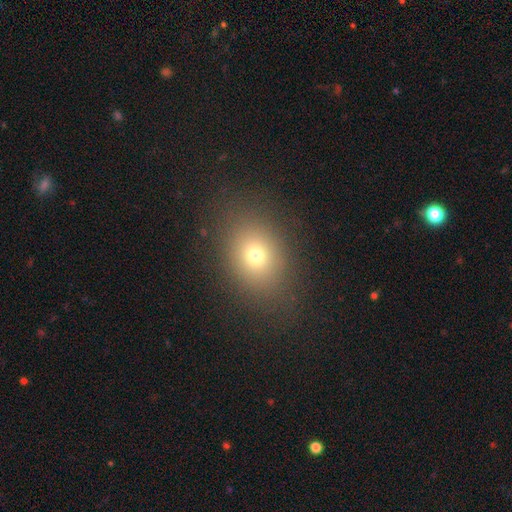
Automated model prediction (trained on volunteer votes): This appears to be a smooth galaxy with no disk features (71%) that is in between round and cigar-shaped (55%). Merging: none (84%).